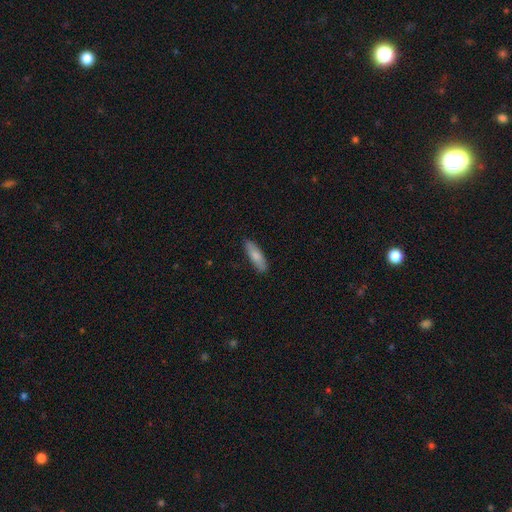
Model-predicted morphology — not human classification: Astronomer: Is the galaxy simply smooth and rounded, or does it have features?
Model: smooth — 80%.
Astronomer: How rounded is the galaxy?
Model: cigar-shaped — 52% (runner-up: in between, 47%).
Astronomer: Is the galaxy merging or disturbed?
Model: none — 88%.